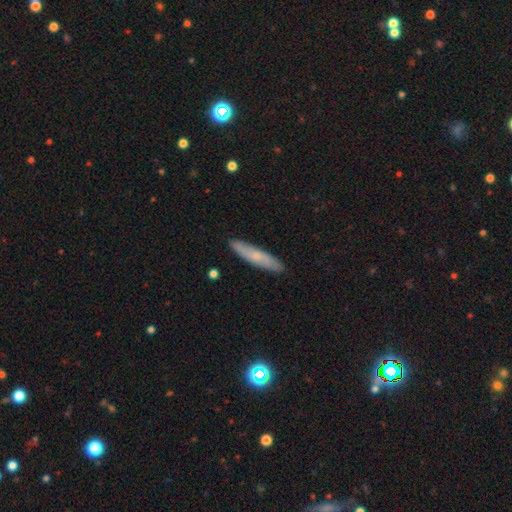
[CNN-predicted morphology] A smooth galaxy with no disk features (55%) that is cigar-shaped (86%).

Vote fractions:
- Smooth or featured? smooth: 55% / featured or disk: 39% / star or artifact: 6%
- How rounded? cigar-shaped: 86% / in between: 13% / round: 2%
- Merging? none: 88% / minor disturbance: 9% / major disturbance: 2% / merger: 1%